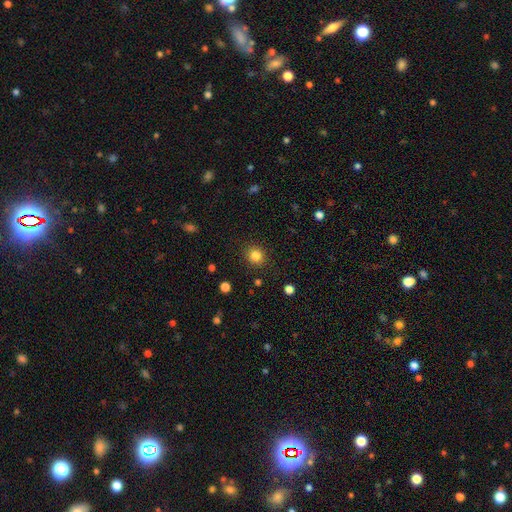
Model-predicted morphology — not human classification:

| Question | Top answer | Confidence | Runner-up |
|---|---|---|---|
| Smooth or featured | smooth | 83% | star or artifact (12%) |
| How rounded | round | 86% | in between (13%) |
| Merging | none | 88% | minor disturbance (7%) |